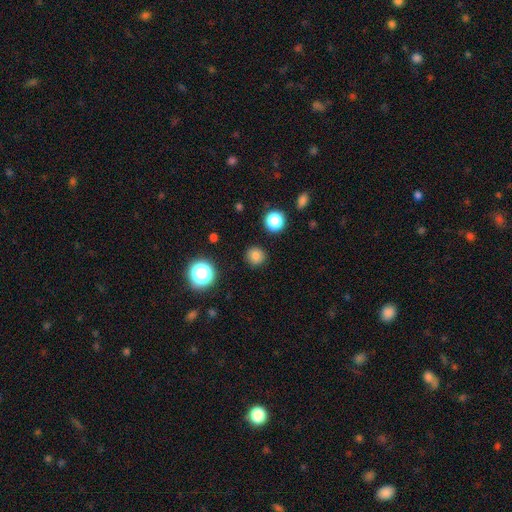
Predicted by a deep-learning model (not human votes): smooth-or-featured: smooth: 80% | star or artifact: 15% | featured or disk: 5%
  how-rounded: round: 91% | in between: 8% | cigar-shaped: 1%
  merging: none: 90% | minor disturbance: 7% | major disturbance: 2% | merger: 2%